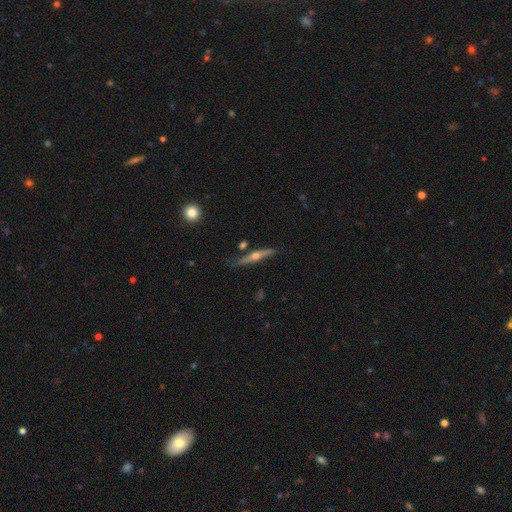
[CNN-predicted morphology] smooth_or_featured: featured or disk (p=0.76) [alt: smooth p=0.18]
disk_edge_on: yes (p=0.97) [alt: no p=0.03]
edge_on_bulge: rounded (p=0.93) [alt: none p=0.04]
merging: none (p=0.81) [alt: minor disturbance p=0.12]